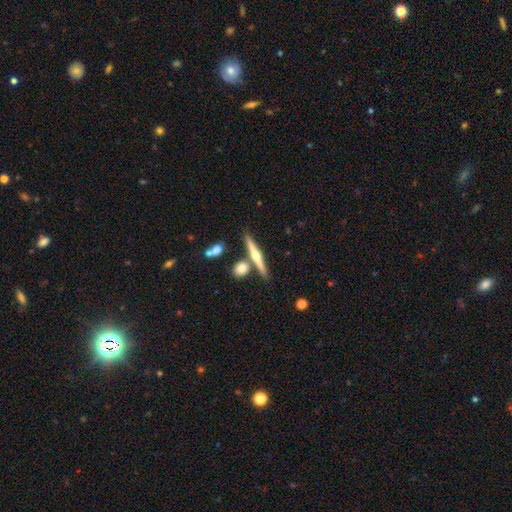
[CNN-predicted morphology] smooth-or-featured: featured or disk: 67% | smooth: 27% | star or artifact: 7%
  disk-edge-on: yes: 97% | no: 3%
    edge-on-bulge: rounded: 88% | none: 7% | boxy: 5%
  merging: none: 76% | merger: 13% | minor disturbance: 8% | major disturbance: 2%